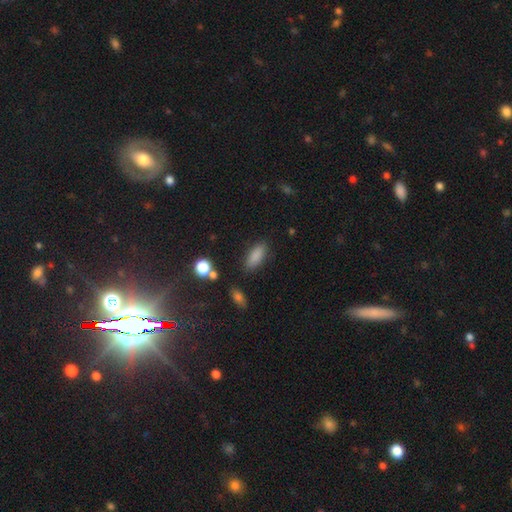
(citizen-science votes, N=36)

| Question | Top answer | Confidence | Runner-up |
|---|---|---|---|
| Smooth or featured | smooth | 97% | star or artifact (3%) |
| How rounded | in between | 69% | cigar-shaped (26%) |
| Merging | none | 86% | minor disturbance (11%) |